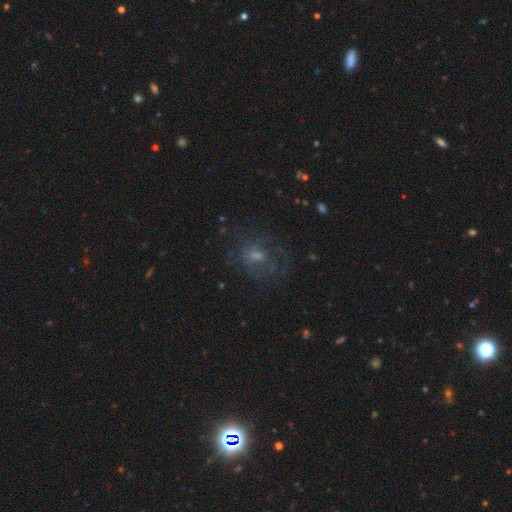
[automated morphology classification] This appears to be a featured or disk galaxy (50%). Merging: none (57%).